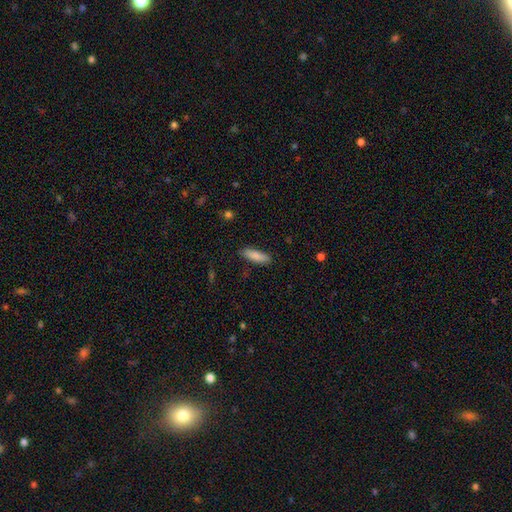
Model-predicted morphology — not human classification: This appears to be a smooth galaxy with no disk features (86%) that is cigar-shaped (59%). Merging: none (86%).